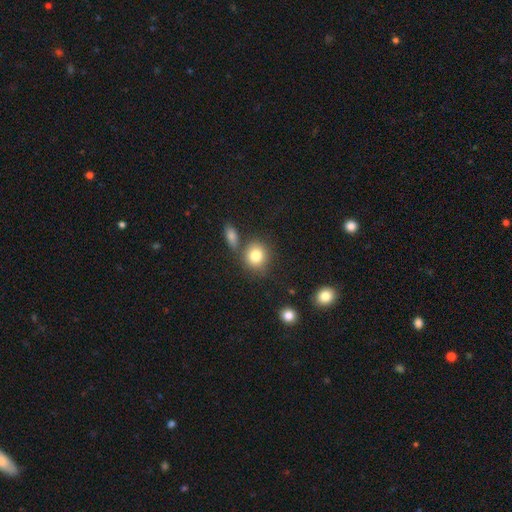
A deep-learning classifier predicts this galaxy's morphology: The model was most divided on "merging": none: 67%, merger: 16%, minor disturbance: 12%, major disturbance: 4%. More confident: smooth or featured — smooth (82%); how rounded — round (76%).